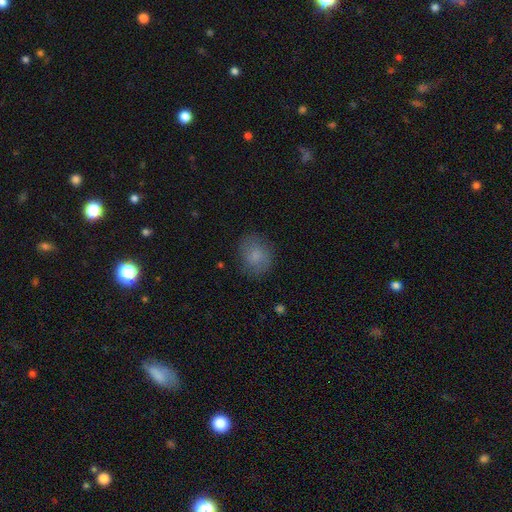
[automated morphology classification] A smooth galaxy with no disk features (75%) that is round (62%).

Vote fractions:
- Smooth or featured? smooth: 75% / featured or disk: 16% / star or artifact: 9%
- How rounded? round: 62% / in between: 37% / cigar-shaped: 1%
- Merging? none: 77% / minor disturbance: 16% / major disturbance: 6% / merger: 1%